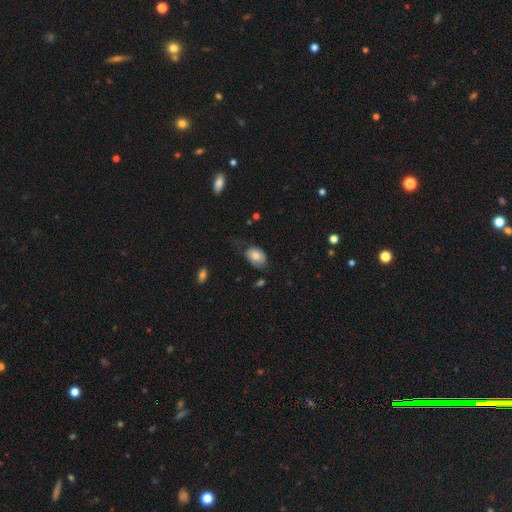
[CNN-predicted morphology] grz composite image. It shows a smooth galaxy with no disk features (76%) that is in between round and cigar-shaped (87%). Merging: none (45%).